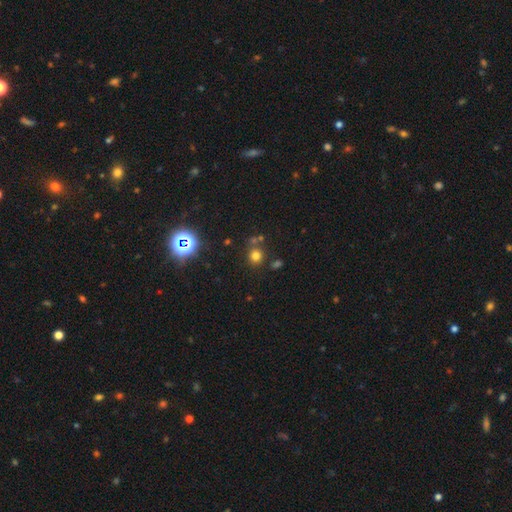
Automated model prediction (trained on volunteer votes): smooth-or-featured: smooth: 70% | star or artifact: 23% | featured or disk: 7%
  how-rounded: round: 86% | in between: 13% | cigar-shaped: 1%
  merging: none: 72% | merger: 15% | minor disturbance: 10% | major disturbance: 4%